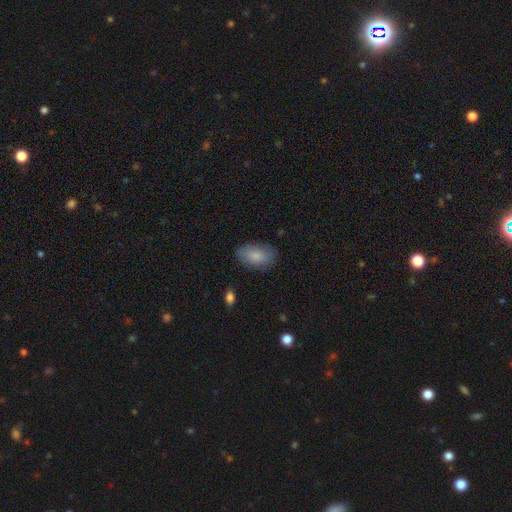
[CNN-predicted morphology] smooth 85%, featured or disk 9%, star or artifact 6%. Down the decision tree: how rounded — in between (93%); merging — none (81%).